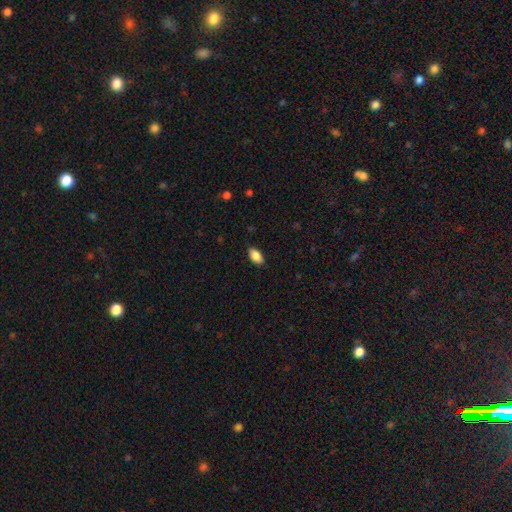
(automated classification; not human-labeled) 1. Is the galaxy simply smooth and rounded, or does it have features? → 87% smooth, 7% star or artifact, 5% featured or disk.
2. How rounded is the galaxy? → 93% in between, 4% round, 3% cigar-shaped.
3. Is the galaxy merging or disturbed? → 87% none, 10% minor disturbance, 2% major disturbance, 1% merger.